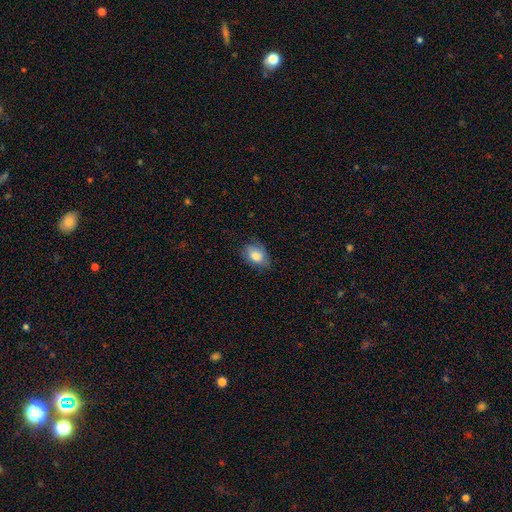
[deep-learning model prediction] Q: Smooth or featured?
A: smooth (82%); runner-up: featured or disk (10%)
Q: How rounded?
A: in between (79%); runner-up: round (20%)
Q: Merging?
A: none (70%); runner-up: minor disturbance (23%)